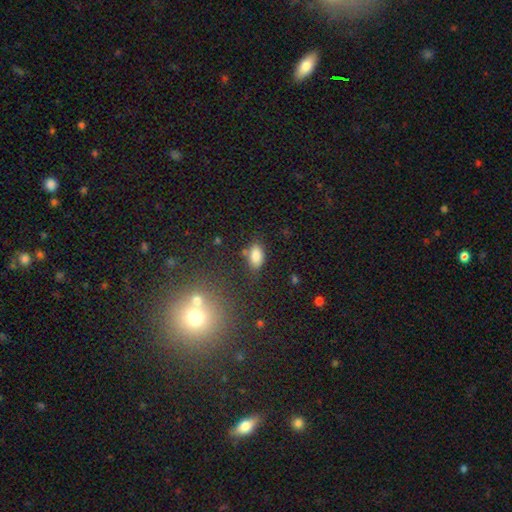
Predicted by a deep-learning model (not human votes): A smooth galaxy with no disk features (84%) that is in between round and cigar-shaped (91%). Merging: none (73%).